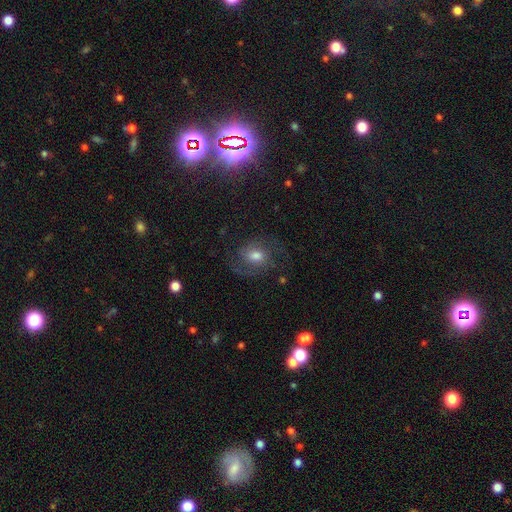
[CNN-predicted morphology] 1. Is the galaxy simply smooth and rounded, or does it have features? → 64% featured or disk, 25% smooth, 12% star or artifact.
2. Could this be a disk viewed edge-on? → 97% no, 3% yes.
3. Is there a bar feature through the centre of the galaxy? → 56% no, 37% weak, 7% strong.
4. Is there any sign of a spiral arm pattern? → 89% yes, 11% no.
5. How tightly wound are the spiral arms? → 51% medium, 25% loose, 24% tight.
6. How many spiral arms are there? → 72% 2, 12% can't tell, 6% 3, 5% 1, 3% 4, 2% more than 4.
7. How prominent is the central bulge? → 62% moderate, 17% large, 17% small, 3% none, 2% dominant.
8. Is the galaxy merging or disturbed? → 67% none, 17% minor disturbance, 15% major disturbance, 2% merger.